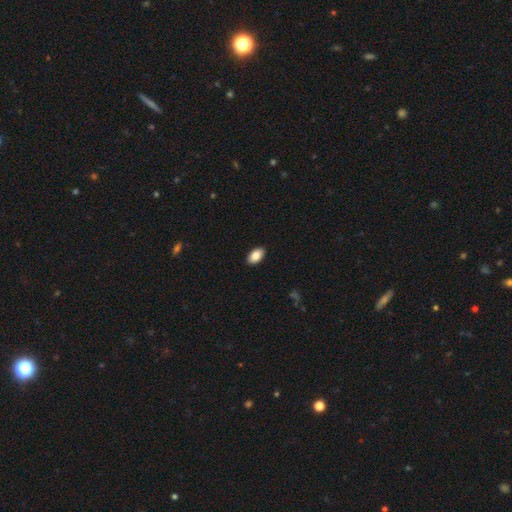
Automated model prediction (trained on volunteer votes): Smooth or featured? Predicted: smooth (p=0.87). How rounded? Predicted: in between (p=0.94). Merging? Predicted: none (p=0.90).